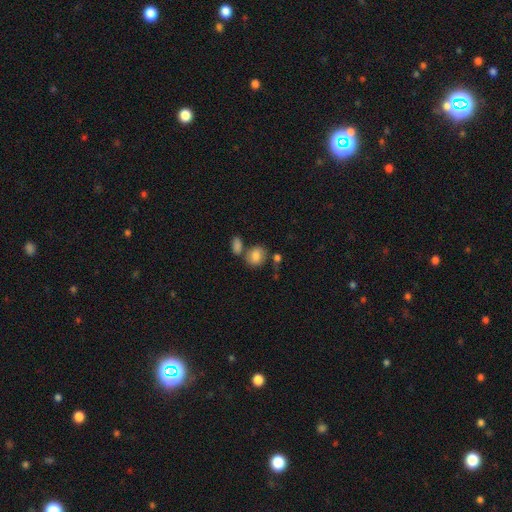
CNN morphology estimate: smooth_or_featured: smooth (p=0.81) [alt: featured or disk p=0.11]
how_rounded: round (p=0.51) [alt: in between p=0.47]
merging: none (p=0.57) [alt: merger p=0.23]